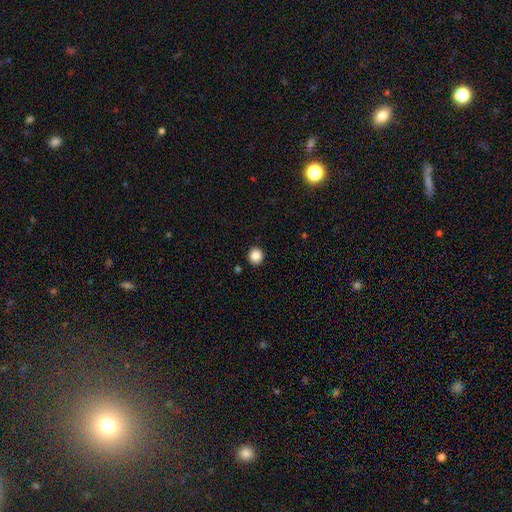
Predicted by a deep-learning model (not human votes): Overall: smooth (87%). How rounded: round (90%). Merging: none (91%).